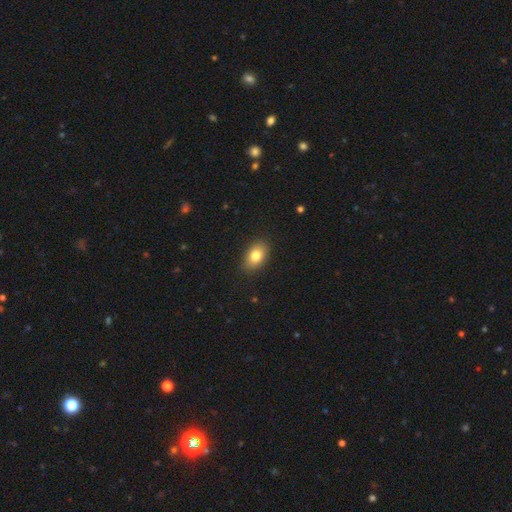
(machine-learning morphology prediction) A smooth galaxy with no disk features (81%) that is in between round and cigar-shaped (84%). Merging: none (86%).